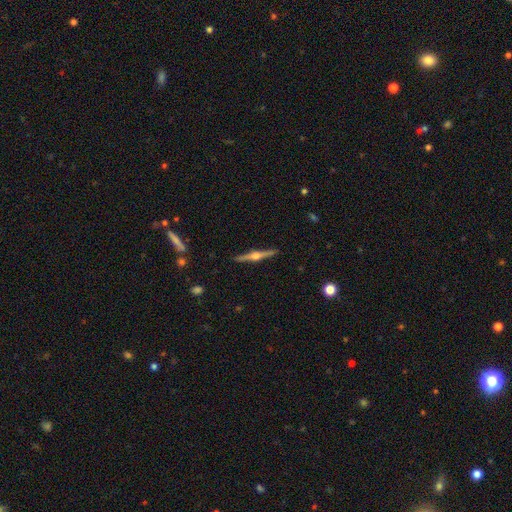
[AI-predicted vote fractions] Overall: featured or disk (81%). Edge-on disk: yes (98%). Edge-on bulge: rounded (93%). Merging: none (92%).